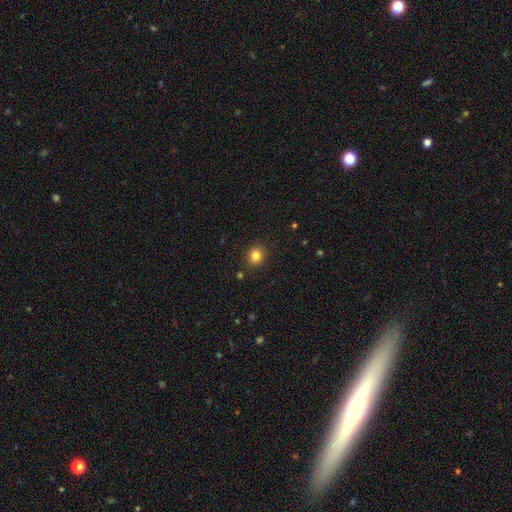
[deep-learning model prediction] A smooth galaxy with no disk features (82%) that is round (79%).

Vote fractions:
- Smooth or featured? smooth: 82% / star or artifact: 12% / featured or disk: 6%
- How rounded? round: 79% / in between: 20% / cigar-shaped: 1%
- Merging? none: 90% / minor disturbance: 7% / major disturbance: 2% / merger: 2%